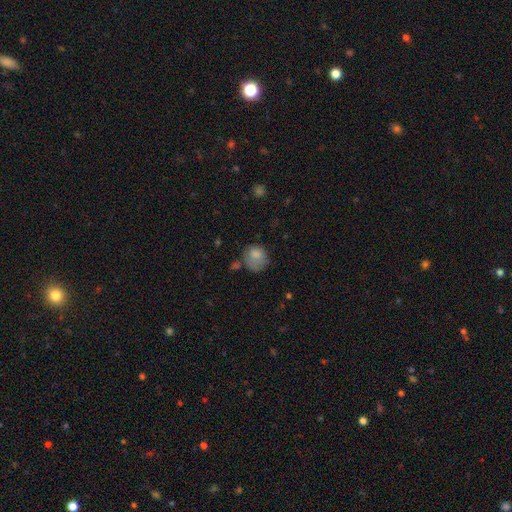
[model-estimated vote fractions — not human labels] smooth_or_featured: smooth (p=0.79) [alt: featured or disk p=0.12]
how_rounded: round (p=0.71) [alt: in between p=0.28]
merging: none (p=0.48) [alt: minor disturbance p=0.28]